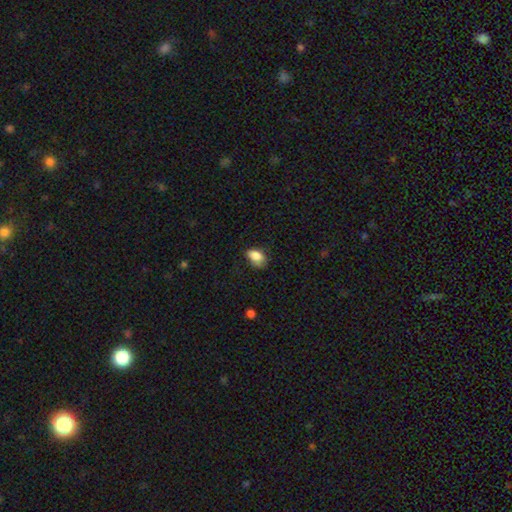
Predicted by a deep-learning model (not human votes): smooth 83%, star or artifact 8%, featured or disk 8%. Down the decision tree: how rounded — in between (85%); merging — none (52%).